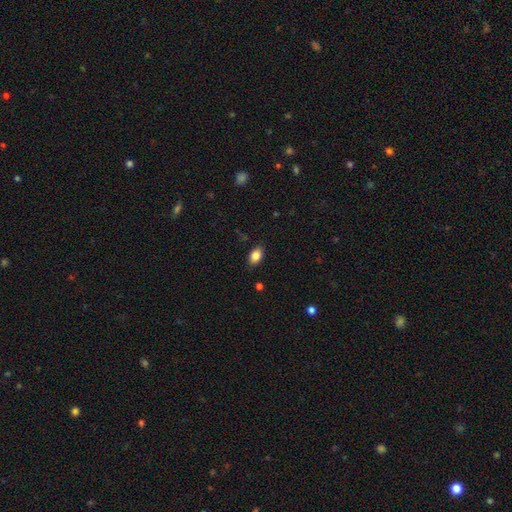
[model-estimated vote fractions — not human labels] The model was most divided on "merging": none: 85%, minor disturbance: 12%, major disturbance: 2%, merger: 1%. More confident: how rounded — in between (86%); smooth or featured — smooth (85%).